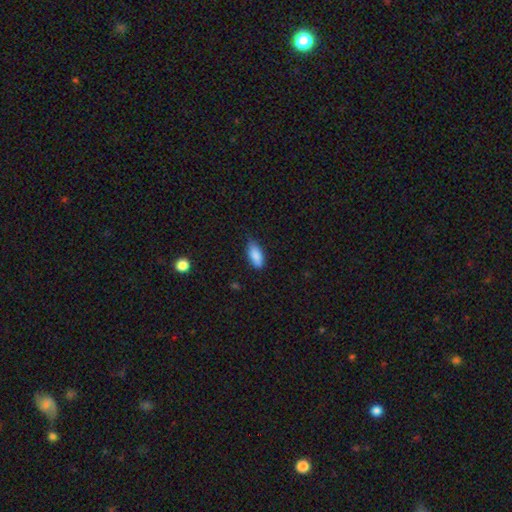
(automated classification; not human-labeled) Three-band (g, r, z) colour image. It shows a smooth galaxy with no disk features (88%) that is in between round and cigar-shaped (85%). Merging: none (75%).